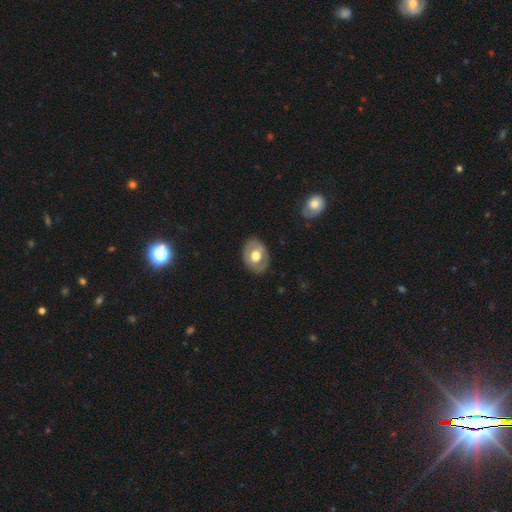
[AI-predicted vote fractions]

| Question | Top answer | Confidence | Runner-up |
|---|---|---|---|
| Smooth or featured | smooth | 50% | featured or disk (44%) |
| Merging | none | 83% | minor disturbance (13%) |